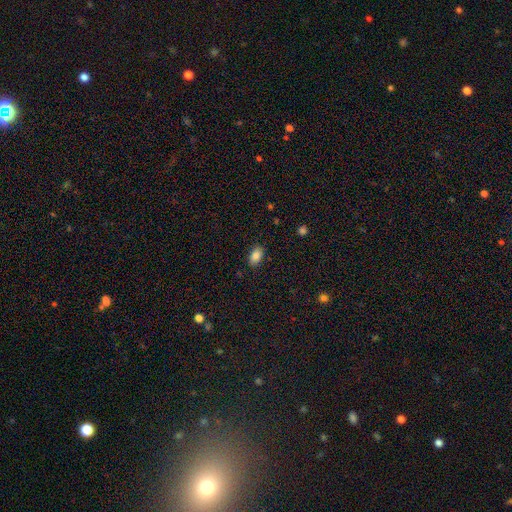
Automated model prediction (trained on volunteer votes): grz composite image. It shows a smooth galaxy with no disk features (86%) that is in between round and cigar-shaped (90%). Merging: none (87%).